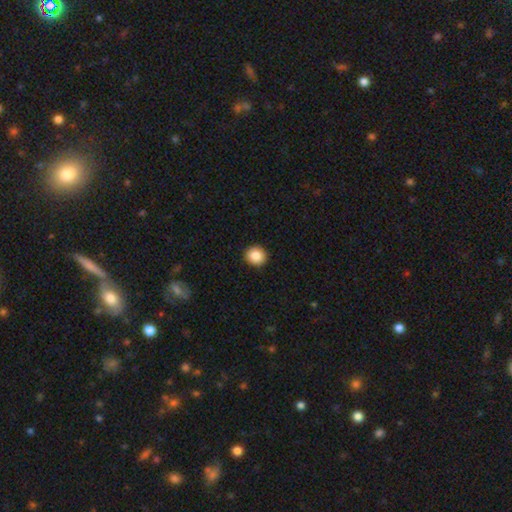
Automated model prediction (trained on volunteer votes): smooth-or-featured: smooth: 87% | star or artifact: 9% | featured or disk: 4%
  how-rounded: round: 87% | in between: 12% | cigar-shaped: 1%
  merging: none: 92% | minor disturbance: 6% | major disturbance: 2% | merger: 1%